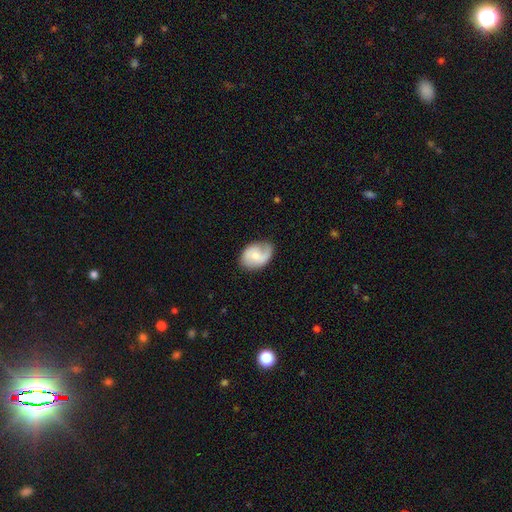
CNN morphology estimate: Smooth or featured?
  - featured or disk: 53% *
  - smooth: 41%
  - star or artifact: 7%
Edge-on disk?
  - no: 97% *
  - yes: 3%
Bar?
  - no: 57% *
  - weak: 36%
  - strong: 6%
Spiral arms?
  - yes: 89% *
  - no: 11%
Bulge size?
  - small: 47% *
  - moderate: 36%
  - none: 11%
  - large: 4%
  - dominant: 2%
Merging?
  - none: 65% *
  - minor disturbance: 24%
  - major disturbance: 9%
  - merger: 2%